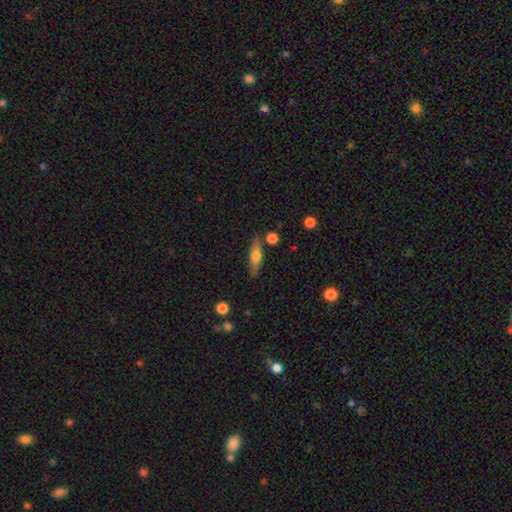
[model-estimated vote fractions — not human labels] The model was most divided on "smooth or featured": smooth: 52%, featured or disk: 41%, star or artifact: 7%. More confident: merging — none (81%); how rounded — cigar-shaped (59%).